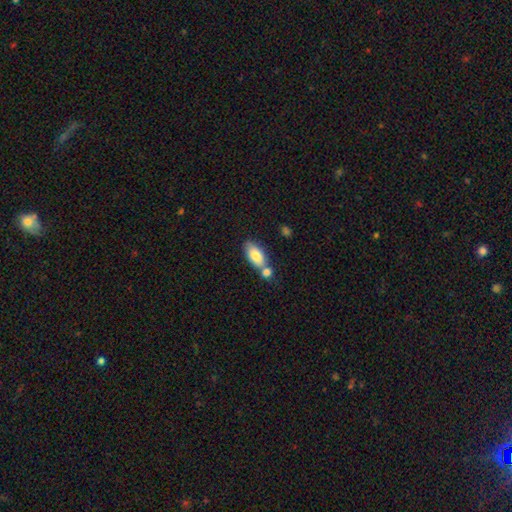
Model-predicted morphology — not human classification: This is likely a smooth galaxy (79%). How rounded: clearly in between (89%). Merging: marginally none (45%).